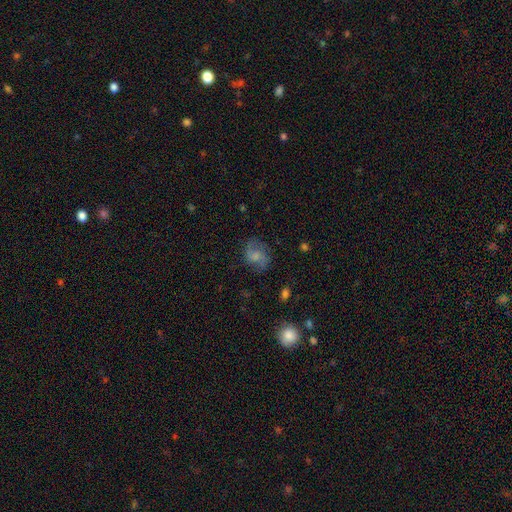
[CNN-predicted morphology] This is possibly a smooth galaxy (51%). How rounded: possibly round (50%). Merging: likely none (63%).